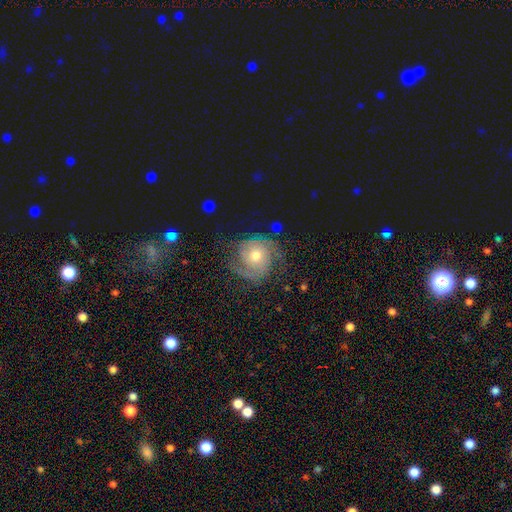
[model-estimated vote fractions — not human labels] Smooth or featured: featured or disk — 77% (smooth — 15%)
Edge-on disk: no — 97% (yes — 3%)
Bar: no — 79% (weak — 17%)
Spiral arms: yes — 94% (no — 6%)
Spiral winding: tight — 50% (medium — 36%)
Spiral arm count: 2 — 58% (can't tell — 16%)
Bulge size: moderate — 68% (small — 24%)
Merging: none — 68% (minor disturbance — 19%)